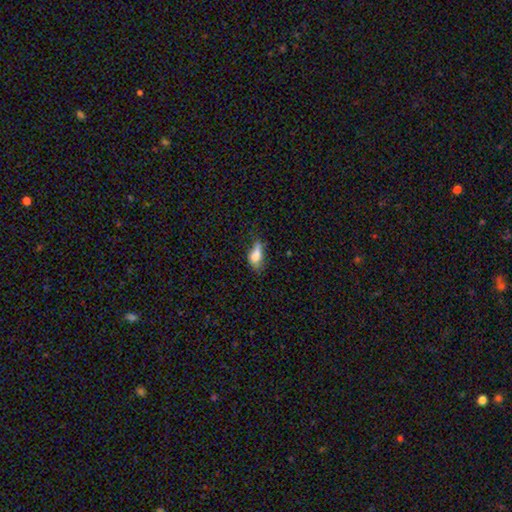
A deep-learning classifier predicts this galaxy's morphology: The model was most divided on "merging": minor disturbance: 31%, none: 29%, major disturbance: 27%, merger: 13%. More confident: how rounded — in between (82%); smooth or featured — smooth (69%).